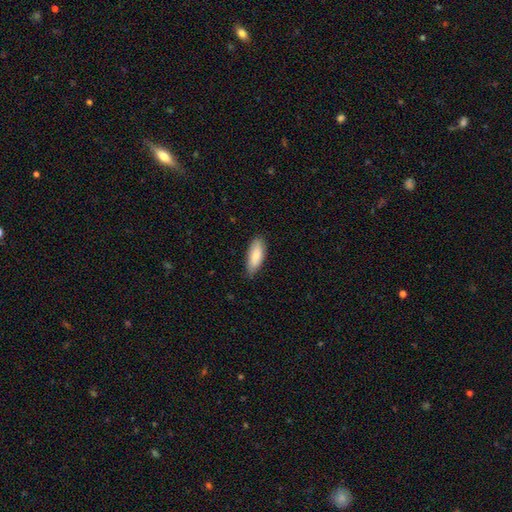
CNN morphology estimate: Q: Smooth or featured?
A: smooth (81%); runner-up: featured or disk (13%)
Q: How rounded?
A: in between (75%); runner-up: cigar-shaped (23%)
Q: Merging?
A: none (81%); runner-up: minor disturbance (16%)